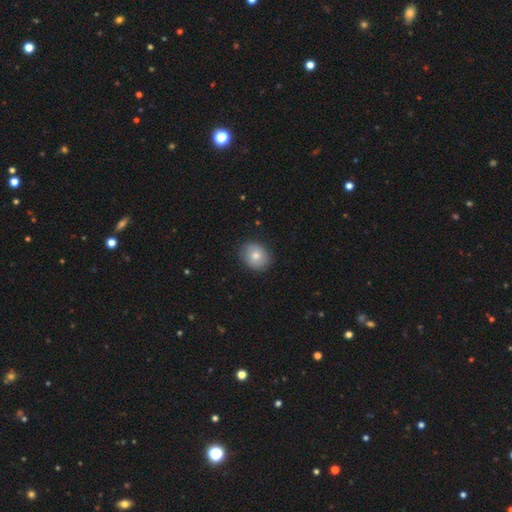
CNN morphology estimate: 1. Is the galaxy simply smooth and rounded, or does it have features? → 76% smooth, 17% featured or disk, 7% star or artifact.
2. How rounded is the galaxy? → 61% round, 38% in between, 1% cigar-shaped.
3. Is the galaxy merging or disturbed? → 85% none, 12% minor disturbance, 2% major disturbance, 1% merger.